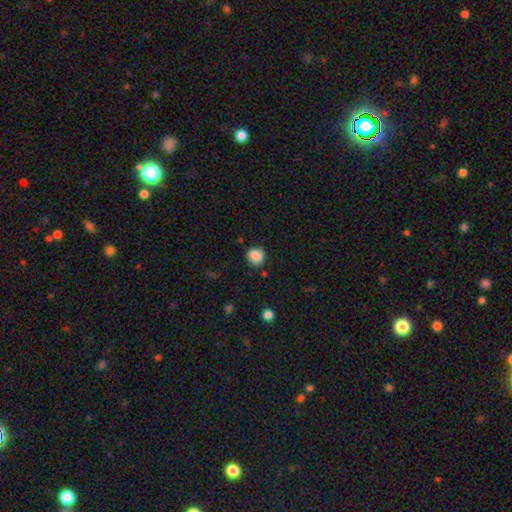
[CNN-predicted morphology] Overall: smooth (84%). How rounded: round (63%; in between 36%). Merging: none (68%).